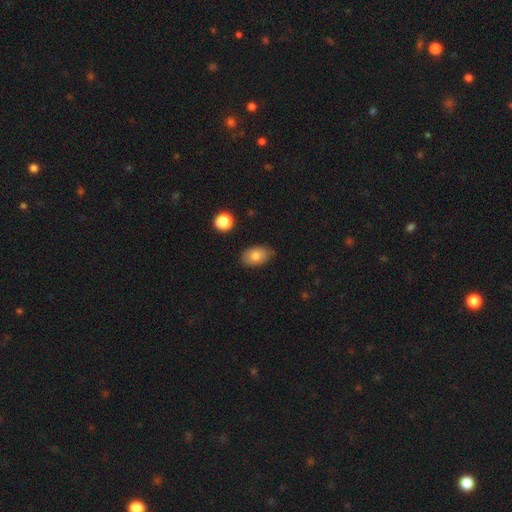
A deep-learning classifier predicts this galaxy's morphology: Overall: smooth (78%). How rounded: in between (88%). Merging: none (80%).